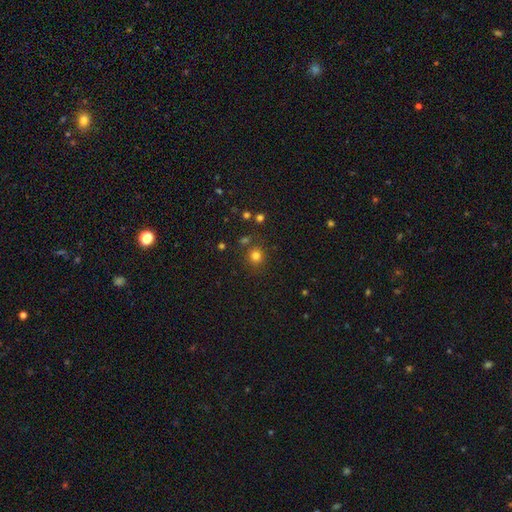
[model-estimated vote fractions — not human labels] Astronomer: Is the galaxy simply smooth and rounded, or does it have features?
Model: smooth — 78%.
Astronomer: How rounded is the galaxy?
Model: round — 89%.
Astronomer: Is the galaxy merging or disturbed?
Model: none — 80%.